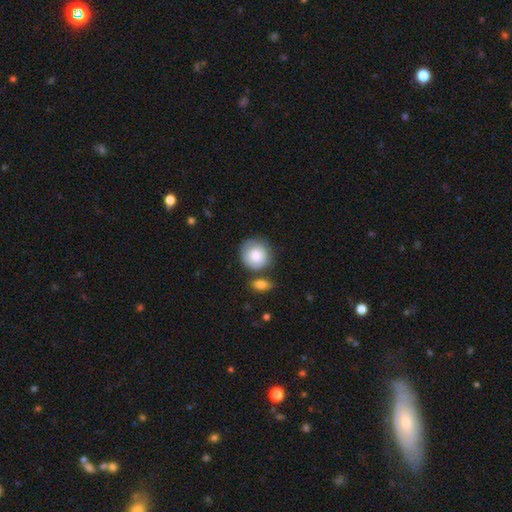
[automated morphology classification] Smooth or featured: smooth — 78% (featured or disk — 16%)
How rounded: round — 87% (in between — 12%)
Merging: none — 62% (minor disturbance — 17%)